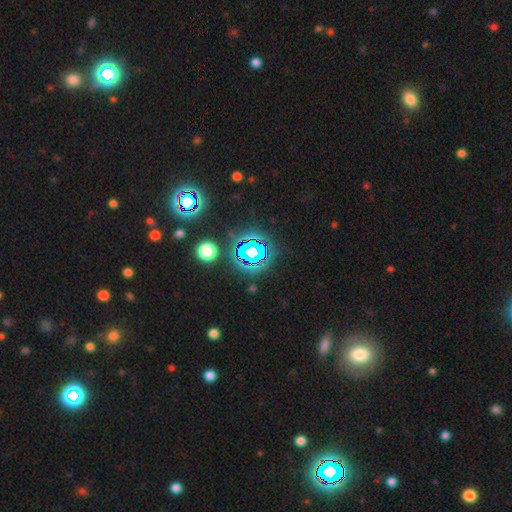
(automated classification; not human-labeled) Smooth or featured? Predicted: star or artifact (p=0.75).